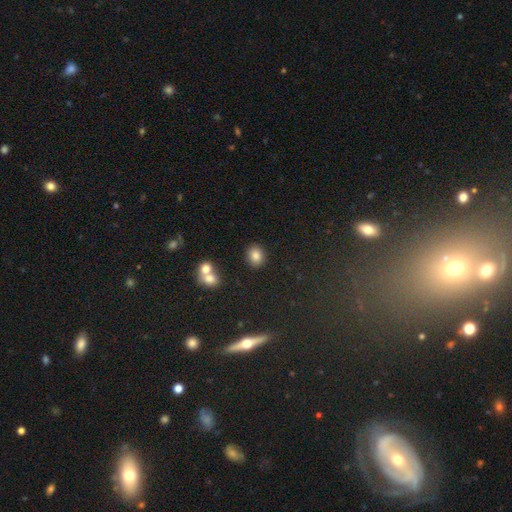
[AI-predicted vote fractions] Morphology: type=smooth (83%); roundness=round (64%); merging=none (85%).